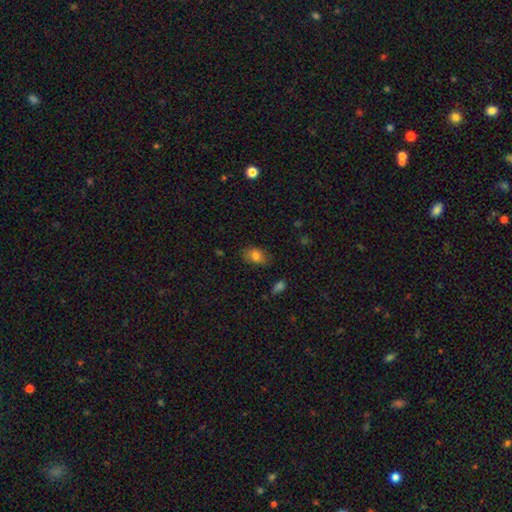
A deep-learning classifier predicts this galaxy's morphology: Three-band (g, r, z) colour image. It shows a smooth galaxy with no disk features (82%) that is in between round and cigar-shaped (81%). Merging: none (74%).